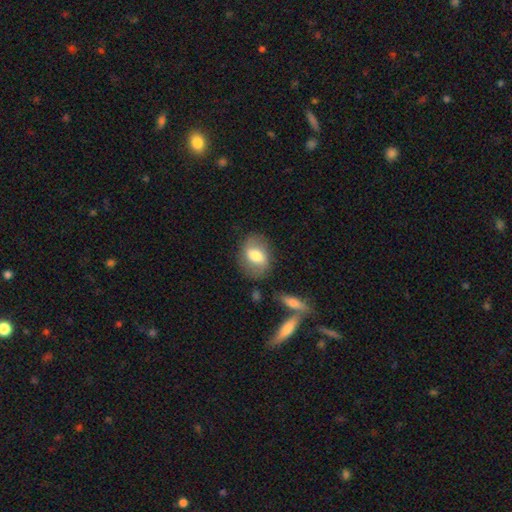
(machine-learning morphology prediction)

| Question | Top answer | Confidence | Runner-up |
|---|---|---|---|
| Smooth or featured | smooth | 61% | featured or disk (32%) |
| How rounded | in between | 69% | round (28%) |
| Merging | none | 76% | minor disturbance (15%) |